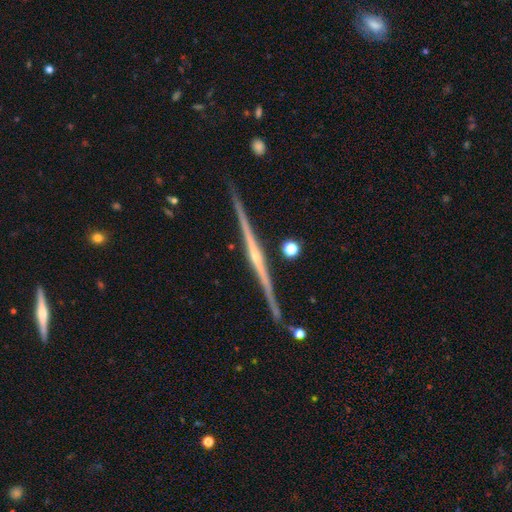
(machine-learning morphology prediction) The model was most divided on "edge-on bulge": rounded: 61%, none: 30%, boxy: 9%. More confident: edge-on disk — yes (99%); merging — none (88%); smooth or featured — featured or disk (86%).